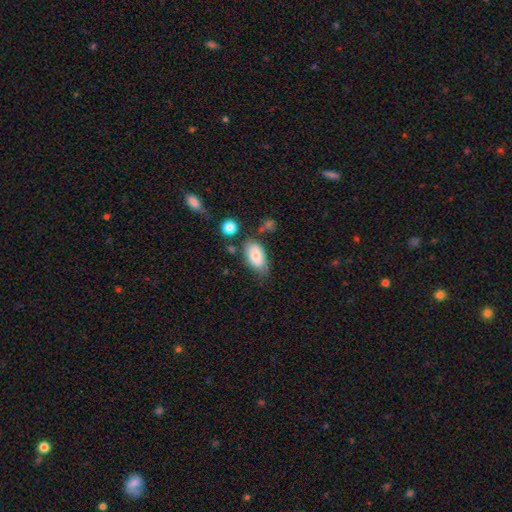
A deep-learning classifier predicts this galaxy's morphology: Smooth or featured? Predicted: smooth (p=0.80). How rounded? Predicted: in between (p=0.93). Merging? Predicted: none (p=0.65).